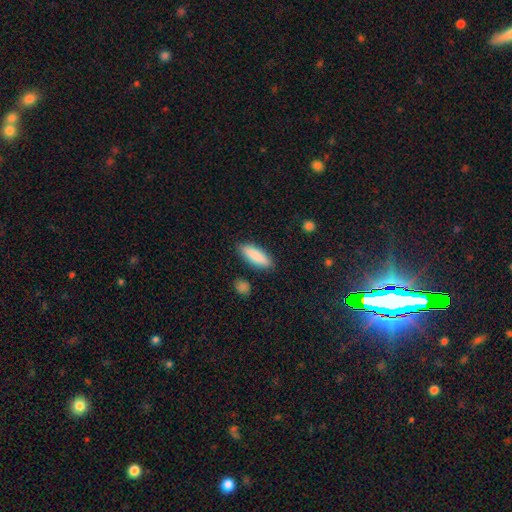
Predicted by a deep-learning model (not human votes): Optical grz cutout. It shows a smooth galaxy with no disk features (87%) that is in between round and cigar-shaped (57%). Merging: none (86%).